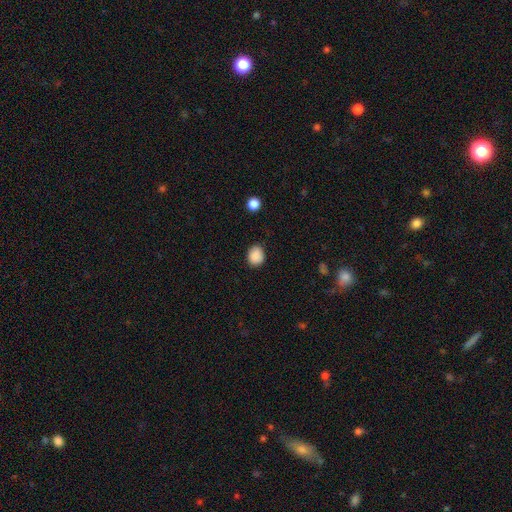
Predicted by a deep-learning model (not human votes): This appears to be a smooth galaxy with no disk features (88%) that is round (56%). Merging: none (85%).